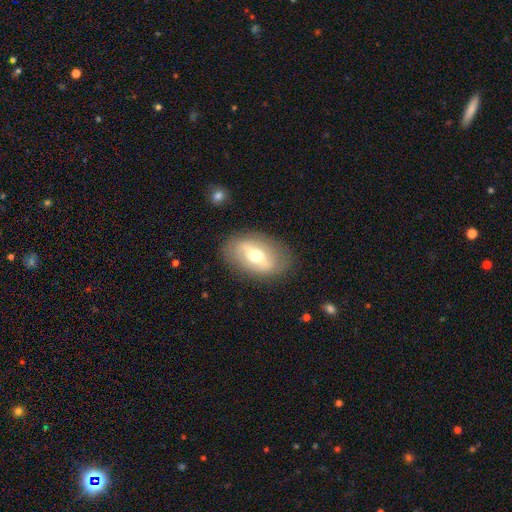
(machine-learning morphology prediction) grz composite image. It shows a featured or disk galaxy (54%). Merging: none (81%).